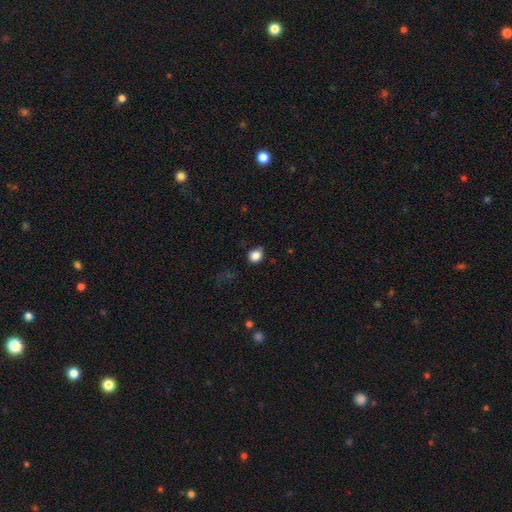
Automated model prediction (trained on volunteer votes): The model was most divided on "merging": none: 68%, minor disturbance: 23%, major disturbance: 6%, merger: 3%. More confident: smooth or featured — smooth (85%); how rounded — round (73%).